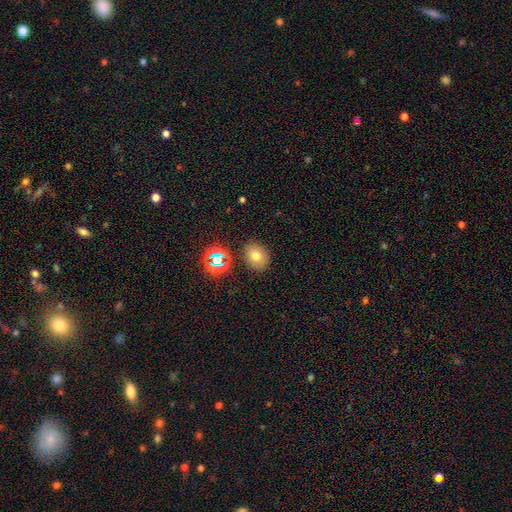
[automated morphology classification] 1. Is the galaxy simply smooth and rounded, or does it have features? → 71% smooth, 17% star or artifact, 13% featured or disk.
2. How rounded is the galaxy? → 57% in between, 42% round, 1% cigar-shaped.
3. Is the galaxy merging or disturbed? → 85% none, 9% minor disturbance, 3% major disturbance, 3% merger.